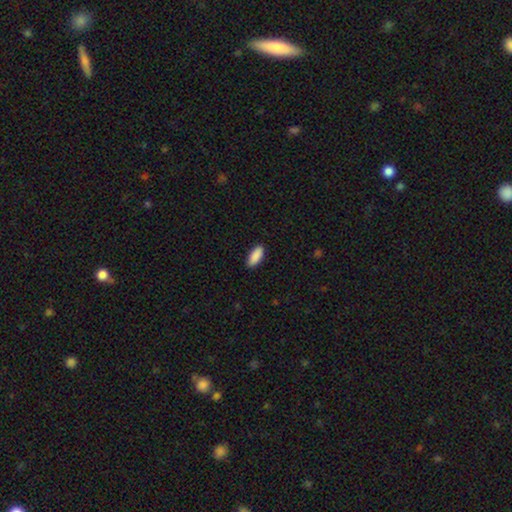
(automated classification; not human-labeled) smooth-or-featured: smooth: 91% | star or artifact: 6% | featured or disk: 3%
  how-rounded: in between: 84% | cigar-shaped: 14% | round: 2%
  merging: none: 89% | minor disturbance: 9% | major disturbance: 2% | merger: 1%